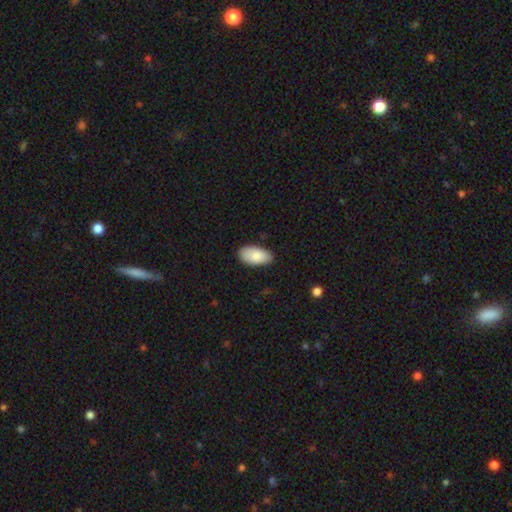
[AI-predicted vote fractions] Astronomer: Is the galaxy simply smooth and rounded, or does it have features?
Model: smooth — 87%.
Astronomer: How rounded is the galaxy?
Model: in between — 95%.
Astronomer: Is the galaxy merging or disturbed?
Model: none — 83%.